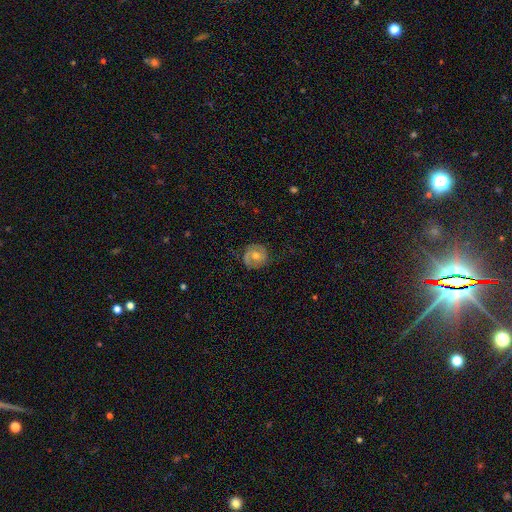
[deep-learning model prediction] Smooth or featured? featured or disk (64%)
Edge-on disk? no (97%)
Bar? no (61%)
Spiral arms? yes (81%)
Spiral winding? tight (50%)
Spiral arm count? 2 (74%)
Bulge size? moderate (70%)
Merging? none (78%)